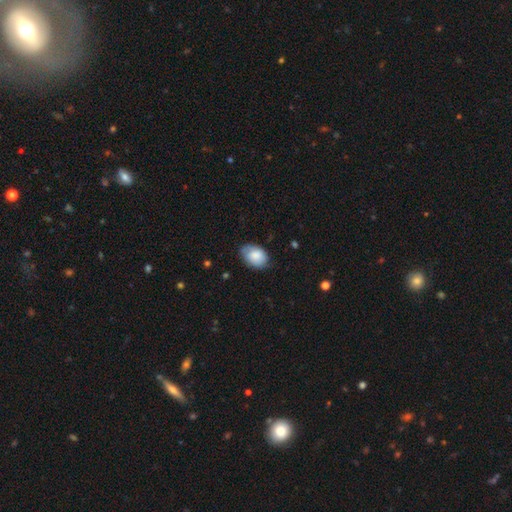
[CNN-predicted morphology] Overall: smooth (81%). How rounded: in between (82%). Merging: none (70%).